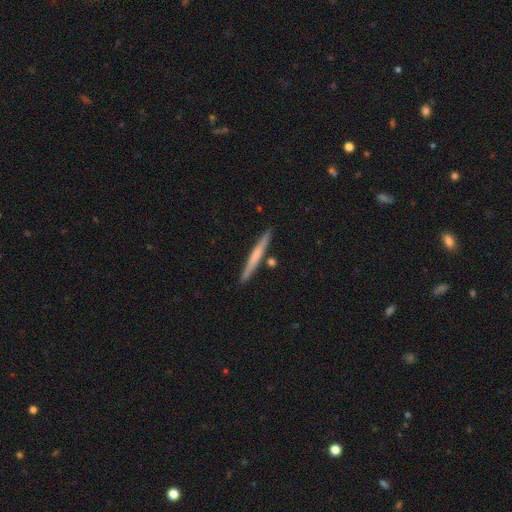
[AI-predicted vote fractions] Smooth or featured: smooth — 51% (featured or disk — 44%)
How rounded: cigar-shaped — 97% (in between — 2%)
Merging: none — 86% (minor disturbance — 8%)